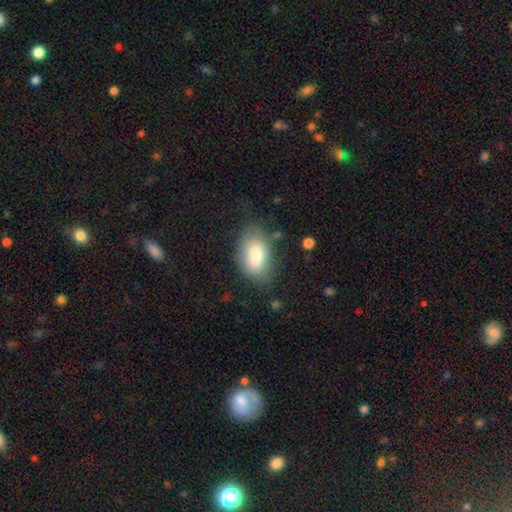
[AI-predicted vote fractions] Morphology: type=smooth (83%); roundness=in between (89%); merging=none (68%).